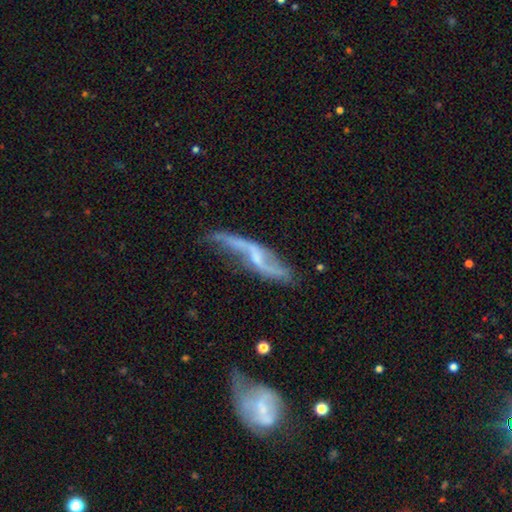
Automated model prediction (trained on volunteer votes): Smooth or featured: featured or disk — 82% (smooth — 12%)
Edge-on disk: no — 77% (yes — 23%)
Bar: weak — 43% (no — 36%)
Spiral arms: yes — 89% (no — 11%)
Spiral winding: loose — 86% (medium — 10%)
Spiral arm count: 2 — 88% (can't tell — 5%)
Bulge size: small — 52% (none — 27%)
Merging: none — 49% (minor disturbance — 25%)